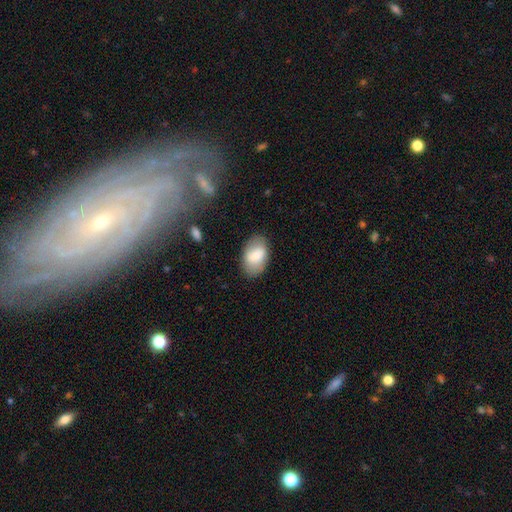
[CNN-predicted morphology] smooth-or-featured: smooth: 78% | featured or disk: 15% | star or artifact: 7%
  how-rounded: in between: 91% | round: 7% | cigar-shaped: 1%
  merging: none: 81% | minor disturbance: 13% | major disturbance: 4% | merger: 2%